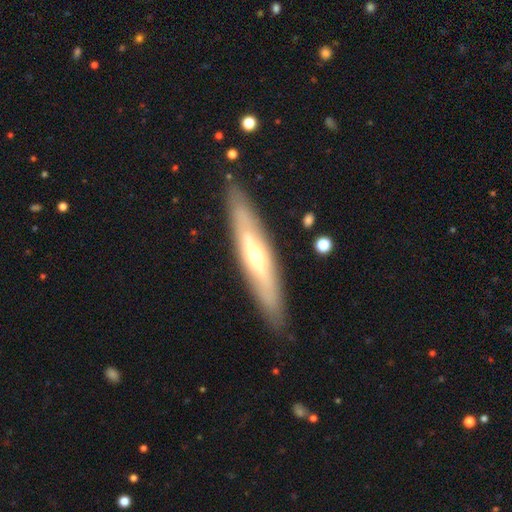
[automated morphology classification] featured or disk 62%, smooth 32%, star or artifact 6%. Down the decision tree: edge-on disk — yes (65%); merging — none (87%).